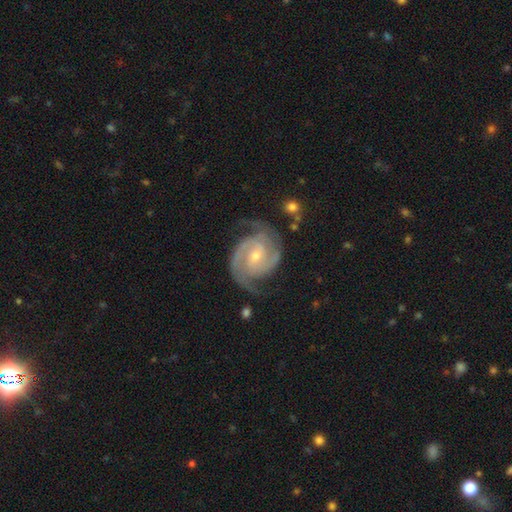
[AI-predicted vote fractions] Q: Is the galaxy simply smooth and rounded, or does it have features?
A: featured or disk — 93%.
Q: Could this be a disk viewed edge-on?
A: no — 98%.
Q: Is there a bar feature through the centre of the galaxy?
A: no — 44%.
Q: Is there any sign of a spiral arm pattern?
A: yes — 99%.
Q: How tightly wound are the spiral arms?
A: tight — 53%.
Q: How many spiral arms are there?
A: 2 — 78%.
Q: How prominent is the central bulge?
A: small — 56%.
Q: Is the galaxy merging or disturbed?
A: none — 75%.